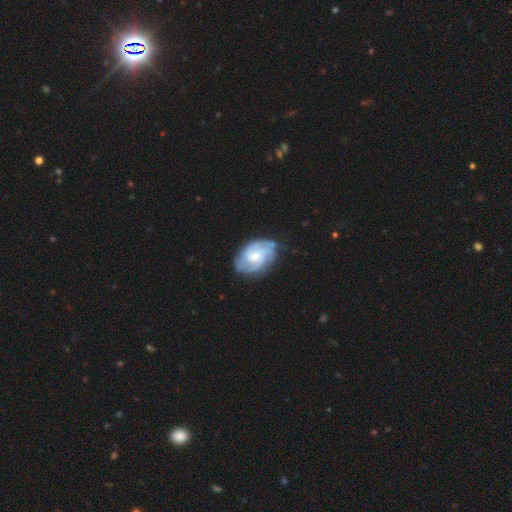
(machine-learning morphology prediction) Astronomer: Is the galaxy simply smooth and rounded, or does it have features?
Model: featured or disk — 84%.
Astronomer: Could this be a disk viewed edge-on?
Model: no — 97%.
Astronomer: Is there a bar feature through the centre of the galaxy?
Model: no — 55% (runner-up: weak, 38%).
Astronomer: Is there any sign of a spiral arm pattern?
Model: yes — 97%.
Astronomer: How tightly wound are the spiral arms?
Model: tight — 58% (runner-up: medium, 36%).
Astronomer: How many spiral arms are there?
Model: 3 — 32%, tied with 2 at 32%.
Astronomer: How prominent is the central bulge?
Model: small — 48% (runner-up: moderate, 44%).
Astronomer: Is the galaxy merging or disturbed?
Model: none — 75%.